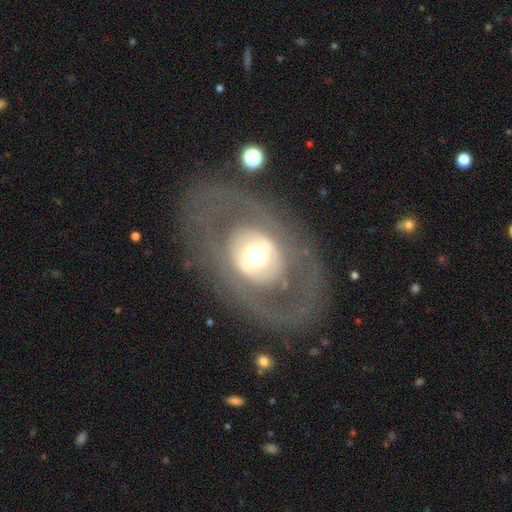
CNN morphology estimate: featured or disk 66%, smooth 27%, star or artifact 7%. Down the decision tree: edge-on disk — no (90%); bar — no (78%); spiral arms — no (77%); bulge size — moderate (54%); merging — none (75%).